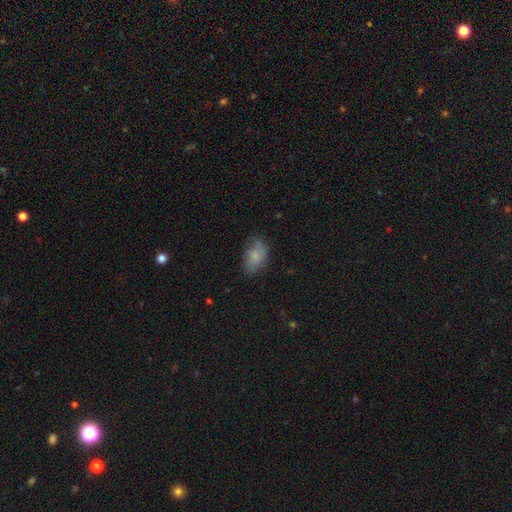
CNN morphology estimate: This is likely a smooth galaxy (73%). How rounded: clearly in between (90%). Merging: possibly none (58%).